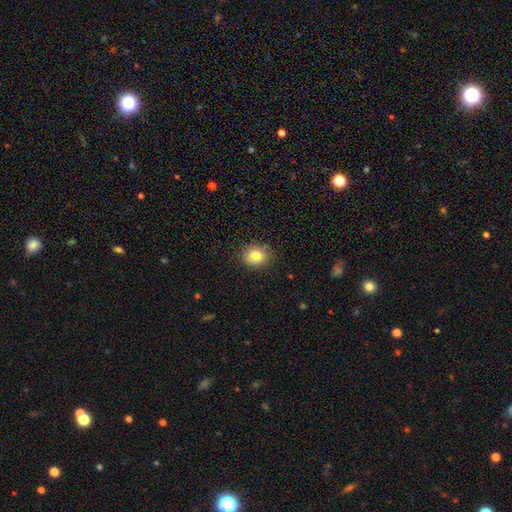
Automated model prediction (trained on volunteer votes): This appears to be a smooth galaxy with no disk features (82%) that is round (62%). Merging: none (86%).